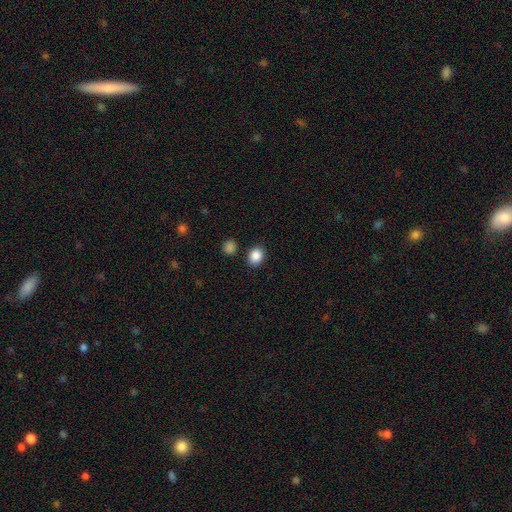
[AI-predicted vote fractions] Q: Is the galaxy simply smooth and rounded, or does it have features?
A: smooth — 87%.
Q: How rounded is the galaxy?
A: round — 54%.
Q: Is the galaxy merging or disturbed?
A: none — 85%.